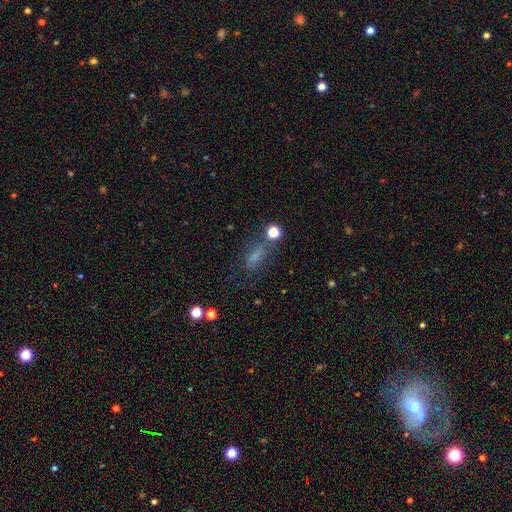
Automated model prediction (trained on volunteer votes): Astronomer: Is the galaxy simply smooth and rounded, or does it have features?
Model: smooth — 60%.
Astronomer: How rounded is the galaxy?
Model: in between — 55% (runner-up: cigar-shaped, 32%).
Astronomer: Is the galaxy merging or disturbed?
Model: none — 54%.